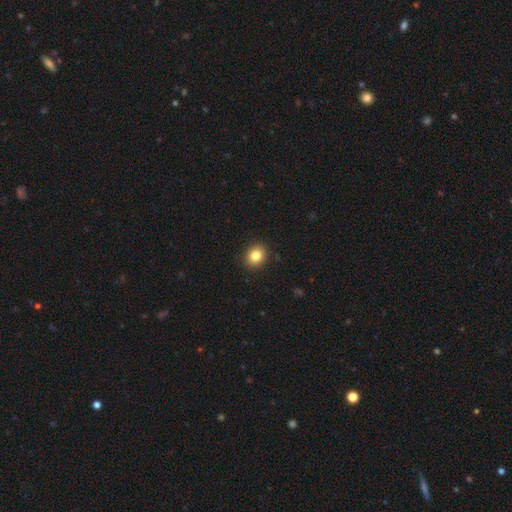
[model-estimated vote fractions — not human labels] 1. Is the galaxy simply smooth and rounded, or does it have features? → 83% smooth, 10% star or artifact, 7% featured or disk.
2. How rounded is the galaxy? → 62% round, 37% in between, 1% cigar-shaped.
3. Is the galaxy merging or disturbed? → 91% none, 7% minor disturbance, 2% major disturbance, 1% merger.